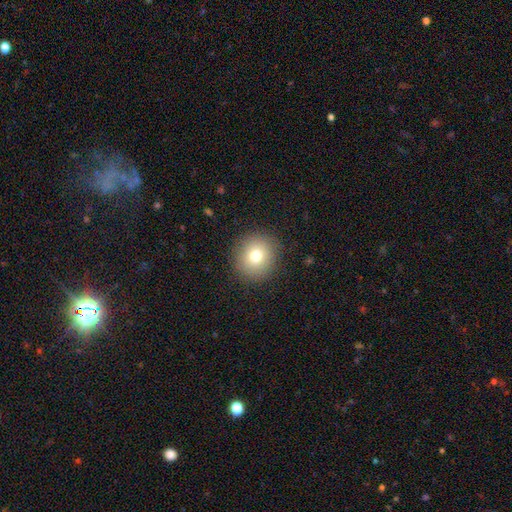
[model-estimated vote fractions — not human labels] A smooth galaxy with no disk features (76%) that is round (90%).

Vote fractions:
- Smooth or featured? smooth: 76% / star or artifact: 12% / featured or disk: 12%
- How rounded? round: 90% / in between: 9% / cigar-shaped: 1%
- Merging? none: 90% / minor disturbance: 7% / major disturbance: 3% / merger: 1%